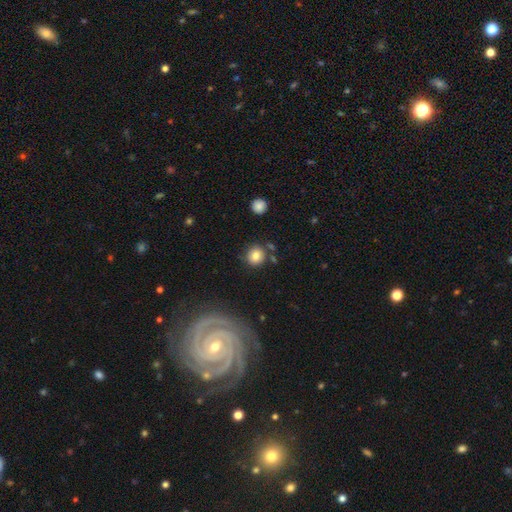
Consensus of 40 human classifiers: A smooth galaxy with no disk features (82%) that is round (94%). Merging: none (78%).